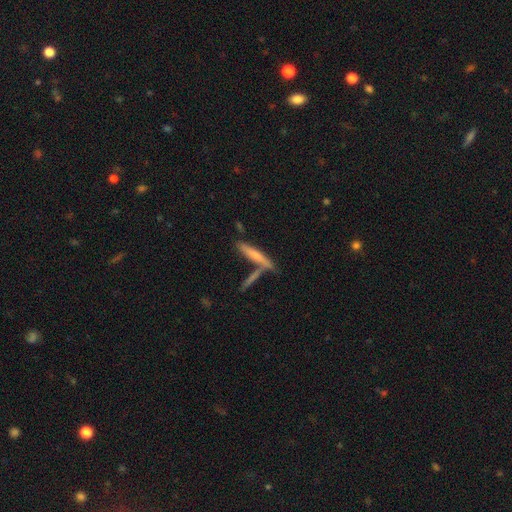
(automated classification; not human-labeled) Q: Smooth or featured?
A: smooth (56%); runner-up: featured or disk (36%)
Q: How rounded?
A: cigar-shaped (89%); runner-up: in between (10%)
Q: Merging?
A: none (61%); runner-up: merger (23%)